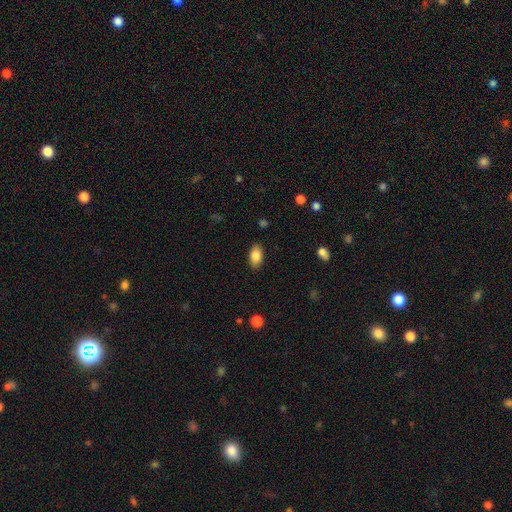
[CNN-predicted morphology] Smooth or featured?
  - smooth: 85% *
  - featured or disk: 8%
  - star or artifact: 7%
How rounded?
  - in between: 92% *
  - round: 5%
  - cigar-shaped: 2%
Merging?
  - none: 87% *
  - minor disturbance: 9%
  - major disturbance: 2%
  - merger: 1%